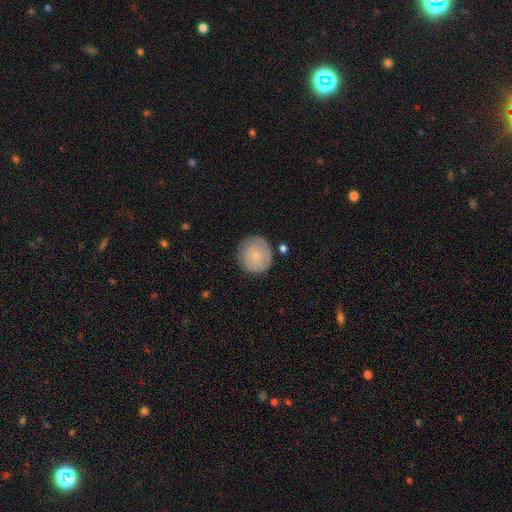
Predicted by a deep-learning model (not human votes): smooth 75%, featured or disk 19%, star or artifact 6%. Down the decision tree: how rounded — round (92%); merging — none (79%).